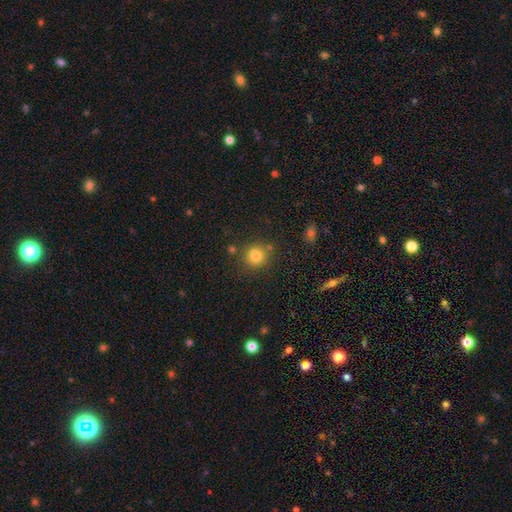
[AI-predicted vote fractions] Morphology: type=smooth (81%); roundness=round (82%); merging=none (74%).